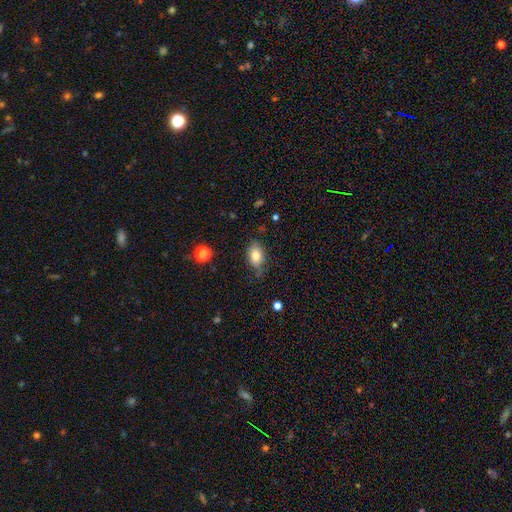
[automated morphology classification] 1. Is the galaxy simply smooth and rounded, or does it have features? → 80% smooth, 12% featured or disk, 8% star or artifact.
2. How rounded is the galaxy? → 87% in between, 10% round, 2% cigar-shaped.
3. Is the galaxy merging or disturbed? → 64% none, 27% minor disturbance, 6% major disturbance, 3% merger.